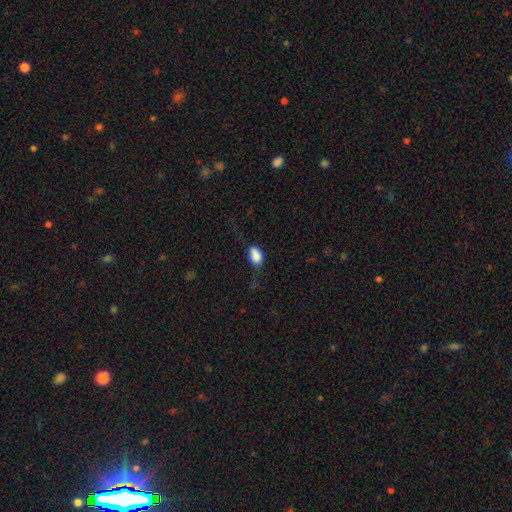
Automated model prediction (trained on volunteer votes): Q: Smooth or featured?
A: smooth (83%); runner-up: star or artifact (9%)
Q: How rounded?
A: in between (86%); runner-up: round (12%)
Q: Merging?
A: none (39%); runner-up: minor disturbance (34%)